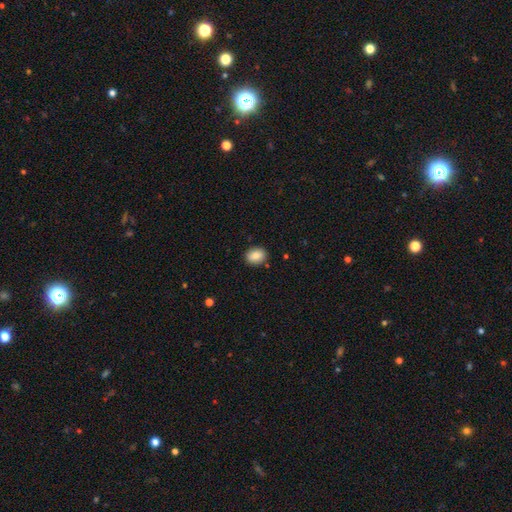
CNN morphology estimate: Smooth or featured? Predicted: smooth (p=0.84). How rounded? Predicted: in between (p=0.53). Merging? Predicted: none (p=0.88).